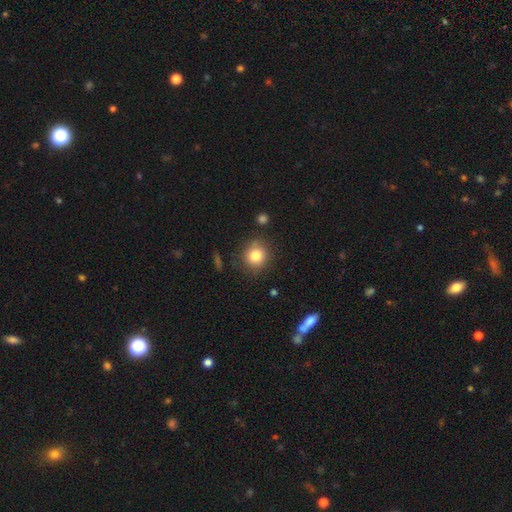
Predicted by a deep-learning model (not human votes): Overall: smooth (81%). How rounded: round (87%). Merging: none (82%).